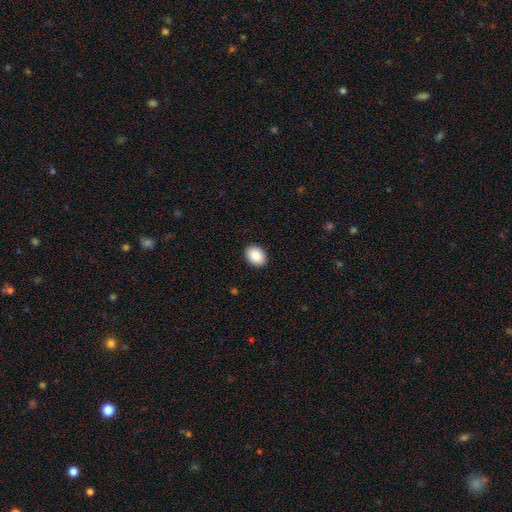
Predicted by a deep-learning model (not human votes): Smooth or featured?
  - smooth: 89% *
  - star or artifact: 7%
  - featured or disk: 4%
How rounded?
  - in between: 65% *
  - round: 34%
  - cigar-shaped: 1%
Merging?
  - none: 91% *
  - minor disturbance: 6%
  - major disturbance: 2%
  - merger: 1%